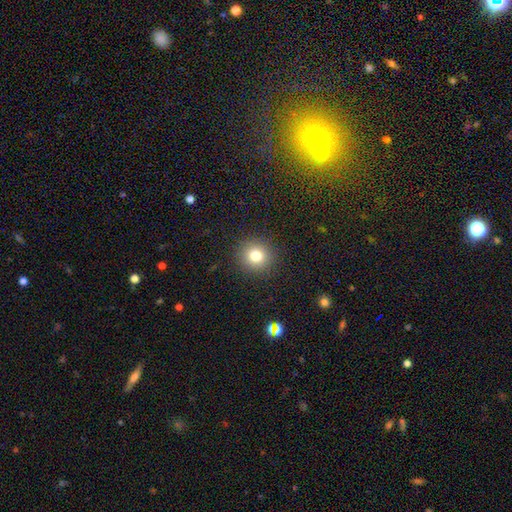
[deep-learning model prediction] Smooth or featured? Predicted: smooth (p=0.79). How rounded? Predicted: round (p=0.92). Merging? Predicted: none (p=0.91).